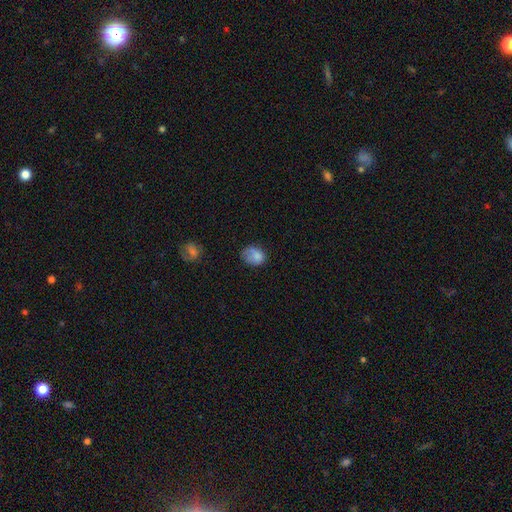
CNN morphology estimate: This is likely a smooth galaxy (76%). How rounded: possibly in between (54%). Merging: possibly none (47%).